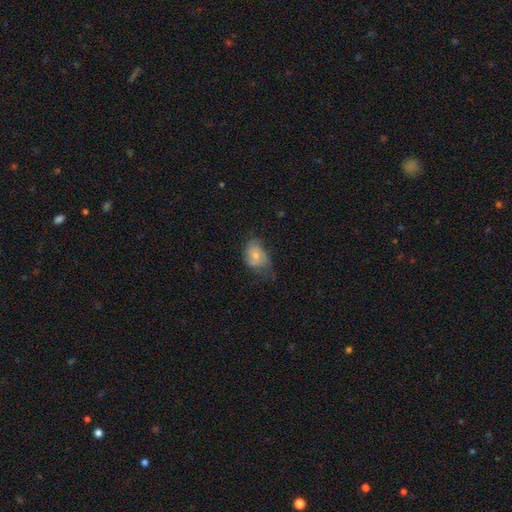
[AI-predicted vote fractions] Smooth or featured? Predicted: smooth (p=0.59). How rounded? Predicted: in between (p=0.75). Merging? Predicted: minor disturbance (p=0.39).